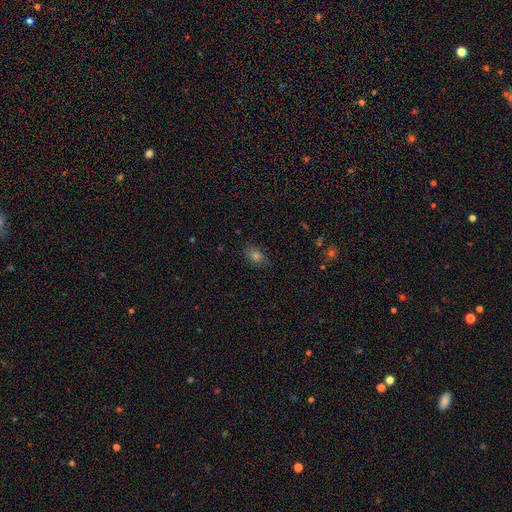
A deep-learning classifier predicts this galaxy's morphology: The model was most divided on "smooth or featured": smooth: 69%, star or artifact: 21%, featured or disk: 10%. More confident: merging — none (83%); how rounded — in between (76%).